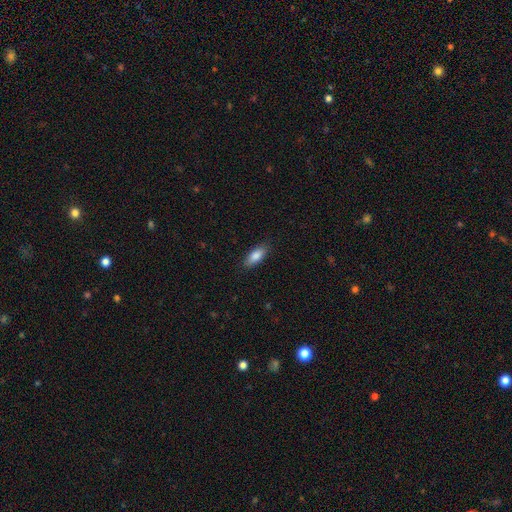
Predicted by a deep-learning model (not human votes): This is clearly a smooth galaxy (86%). How rounded: clearly in between (81%). Merging: clearly none (86%).